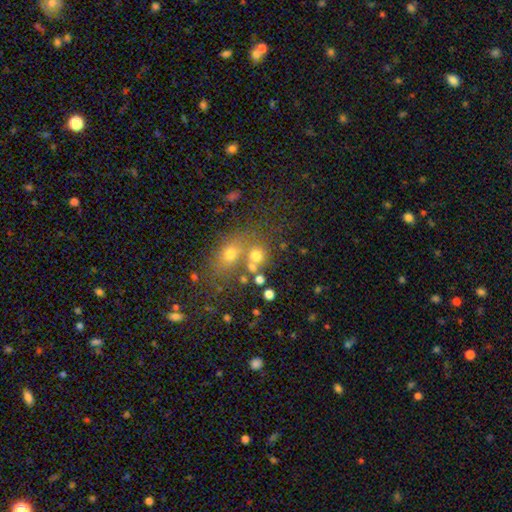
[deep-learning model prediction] Morphology: type=smooth (65%); roundness=round (71%); merging=none (45%).